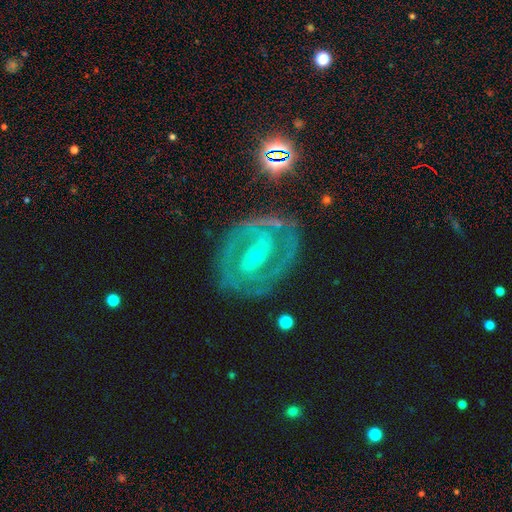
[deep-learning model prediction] Smooth or featured? featured or disk (85%)
Edge-on disk? no (96%)
Bar? strong (43%)
Spiral arms? yes (81%)
Spiral winding? tight (56%)
Spiral arm count? 2 (68%)
Bulge size? small (69%)
Merging? none (75%)